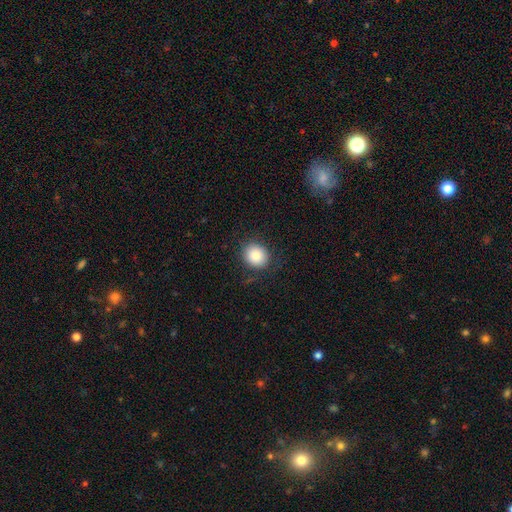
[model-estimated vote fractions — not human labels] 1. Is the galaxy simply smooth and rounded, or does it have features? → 86% smooth, 9% star or artifact, 6% featured or disk.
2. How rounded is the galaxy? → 80% round, 19% in between, 1% cigar-shaped.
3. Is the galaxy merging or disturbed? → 84% none, 11% minor disturbance, 4% major disturbance, 1% merger.